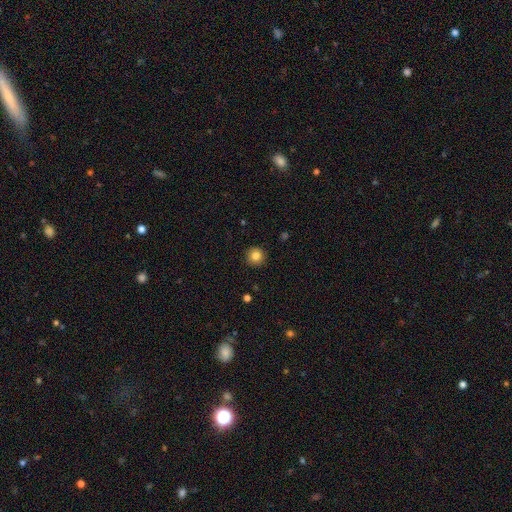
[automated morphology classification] The model was most divided on "smooth or featured": smooth: 83%, star or artifact: 11%, featured or disk: 6%. More confident: how rounded — round (95%); merging — none (92%).